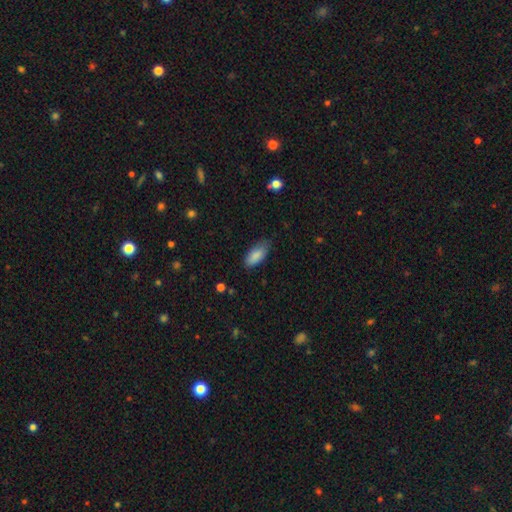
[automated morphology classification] A smooth galaxy with no disk features (87%) that is in between round and cigar-shaped (87%). Merging: none (74%).